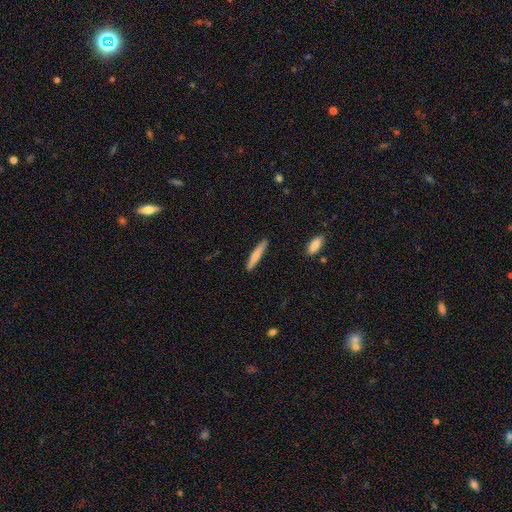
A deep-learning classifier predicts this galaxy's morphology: A smooth galaxy with no disk features (63%) that is cigar-shaped (92%).

Vote fractions:
- Smooth or featured? smooth: 63% / featured or disk: 31% / star or artifact: 6%
- How rounded? cigar-shaped: 92% / in between: 7% / round: 2%
- Merging? none: 88% / minor disturbance: 9% / major disturbance: 2% / merger: 2%